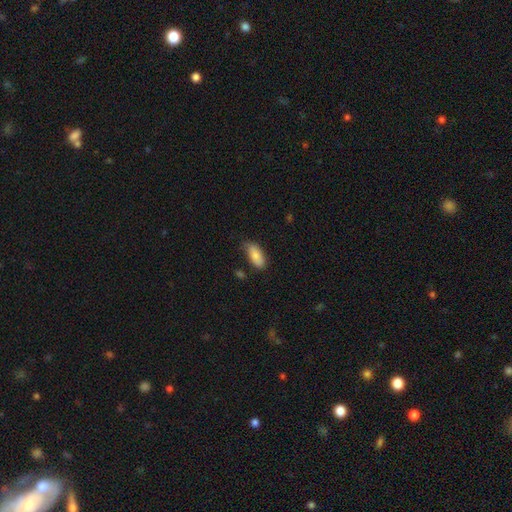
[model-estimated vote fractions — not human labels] The model was most divided on "merging": none: 66%, minor disturbance: 26%, major disturbance: 5%, merger: 3%. More confident: how rounded — in between (87%); smooth or featured — smooth (83%).